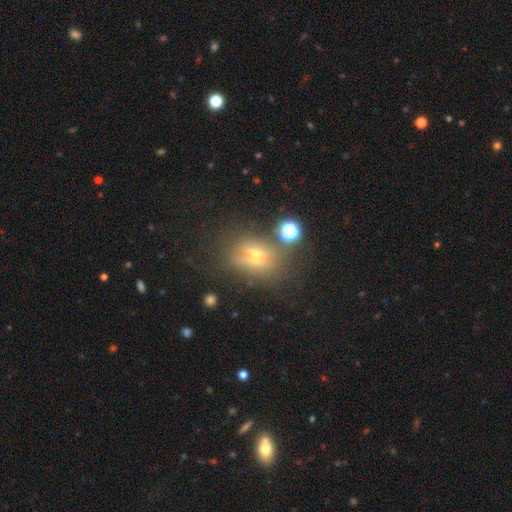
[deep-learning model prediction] Smooth or featured: featured or disk — 43% (smooth — 35%)
Merging: none — 63% (minor disturbance — 19%)